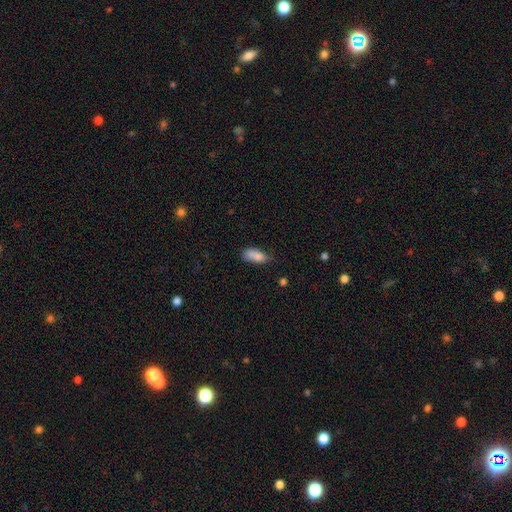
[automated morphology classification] This is clearly a smooth galaxy (82%). How rounded: clearly in between (83%). Merging: possibly none (48%).